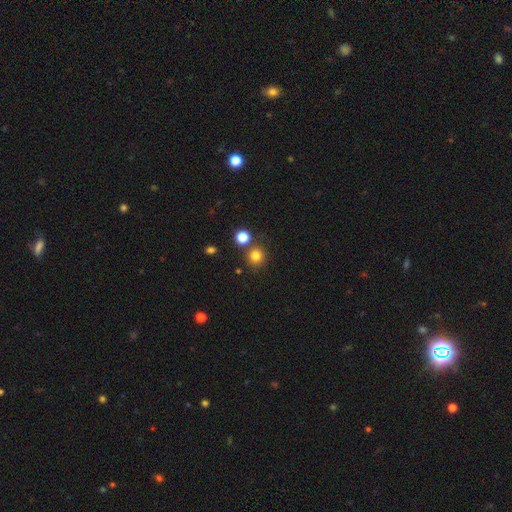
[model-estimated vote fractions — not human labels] The model was most divided on "merging": none: 77%, merger: 12%, minor disturbance: 8%, major disturbance: 3%. More confident: how rounded — round (91%); smooth or featured — smooth (80%).